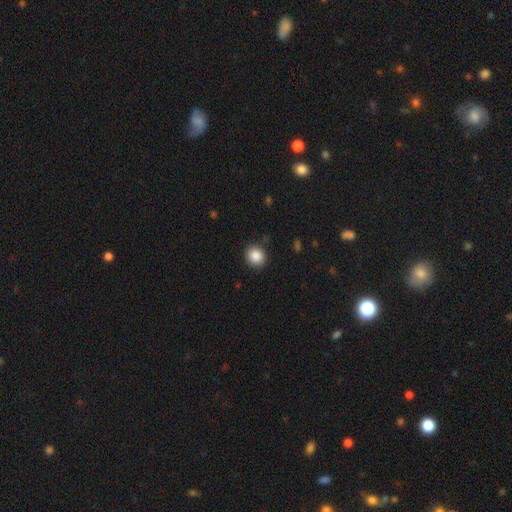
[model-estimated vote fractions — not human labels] This is clearly a smooth galaxy (88%). How rounded: clearly round (84%). Merging: clearly none (88%).